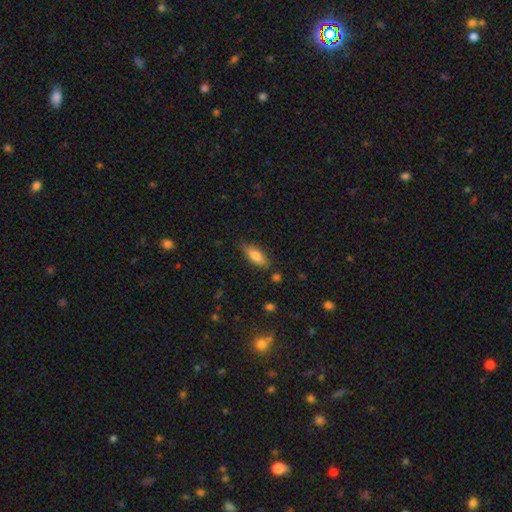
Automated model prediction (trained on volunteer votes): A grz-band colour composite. It shows a smooth galaxy with no disk features (76%) that is in between round and cigar-shaped (64%). Merging: none (79%).